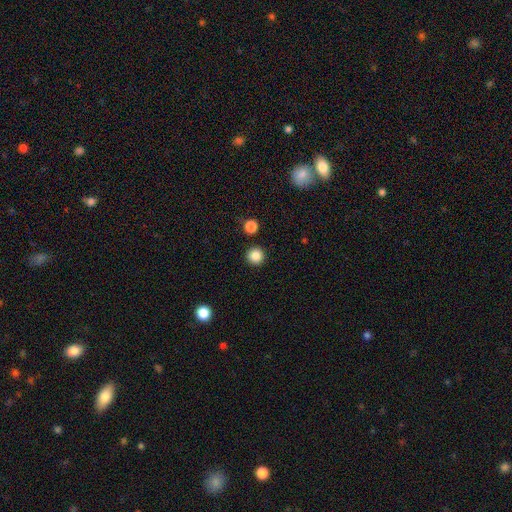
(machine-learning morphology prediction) Smooth or featured?
  - smooth: 86% *
  - star or artifact: 11%
  - featured or disk: 3%
How rounded?
  - round: 95% *
  - in between: 4%
  - cigar-shaped: 1%
Merging?
  - none: 91% *
  - minor disturbance: 5%
  - merger: 2%
  - major disturbance: 2%